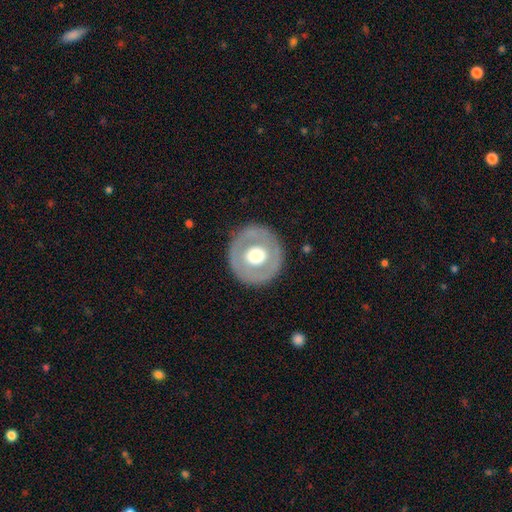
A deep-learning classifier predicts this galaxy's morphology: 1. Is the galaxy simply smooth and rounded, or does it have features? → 47% smooth (tied), 47% featured or disk (tied), 6% star or artifact.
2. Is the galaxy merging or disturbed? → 86% none, 9% minor disturbance, 4% major disturbance, 1% merger.